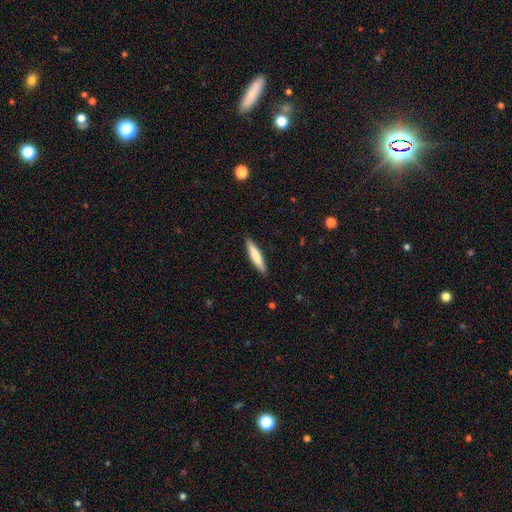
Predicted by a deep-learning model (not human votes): Smooth or featured: smooth — 75% (featured or disk — 20%)
How rounded: cigar-shaped — 87% (in between — 12%)
Merging: none — 90% (minor disturbance — 8%)